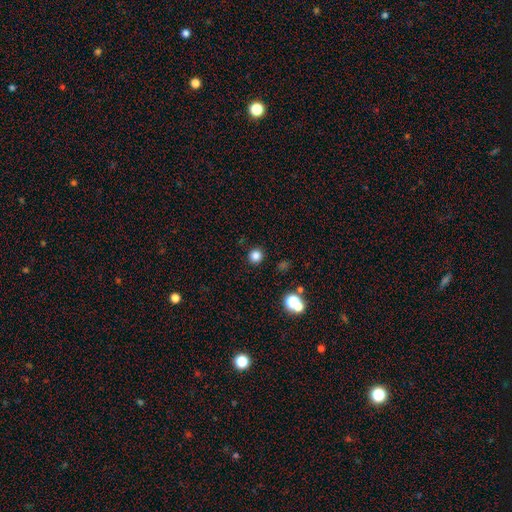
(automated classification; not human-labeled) The model was most divided on "smooth or featured": smooth: 82%, star or artifact: 14%, featured or disk: 4%. More confident: how rounded — round (94%); merging — none (91%).